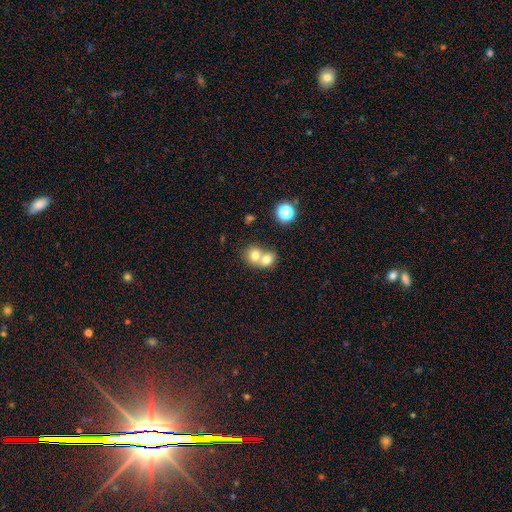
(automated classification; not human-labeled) smooth-or-featured: smooth: 72% | featured or disk: 16% | star or artifact: 11%
  how-rounded: round: 67% | in between: 32% | cigar-shaped: 1%
  merging: merger: 70% | none: 24% | minor disturbance: 5% | major disturbance: 2%